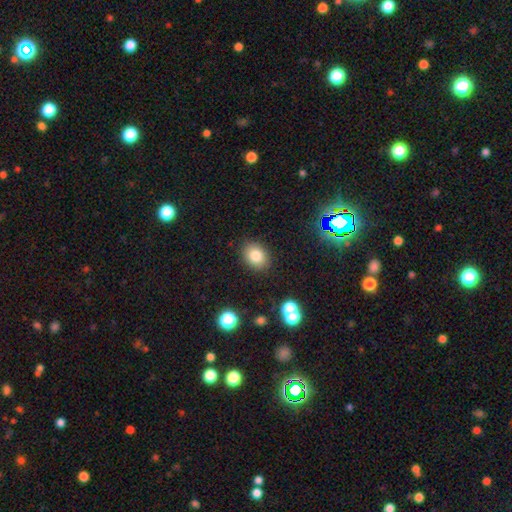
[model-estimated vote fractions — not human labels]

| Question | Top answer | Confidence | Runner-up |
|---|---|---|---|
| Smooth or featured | smooth | 81% | star or artifact (11%) |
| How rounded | in between | 57% | round (42%) |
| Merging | none | 86% | minor disturbance (9%) |